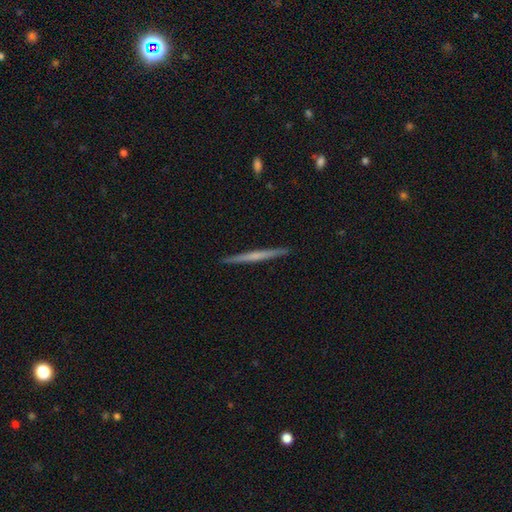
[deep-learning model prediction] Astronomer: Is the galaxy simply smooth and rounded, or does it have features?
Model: featured or disk — 54% (runner-up: smooth, 40%).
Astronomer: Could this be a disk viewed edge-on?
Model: yes — 98%.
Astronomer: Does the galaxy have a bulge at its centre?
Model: none — 72%.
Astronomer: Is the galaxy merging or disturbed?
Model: none — 93%.